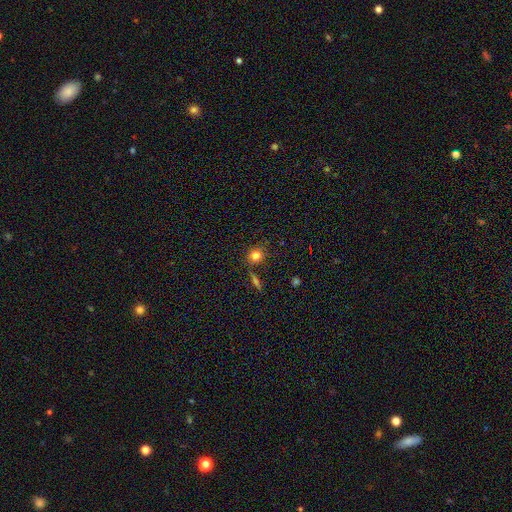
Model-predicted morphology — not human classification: smooth-or-featured: smooth: 78% | star or artifact: 13% | featured or disk: 9%
  how-rounded: round: 80% | in between: 18% | cigar-shaped: 2%
  merging: none: 78% | minor disturbance: 12% | merger: 7% | major disturbance: 3%